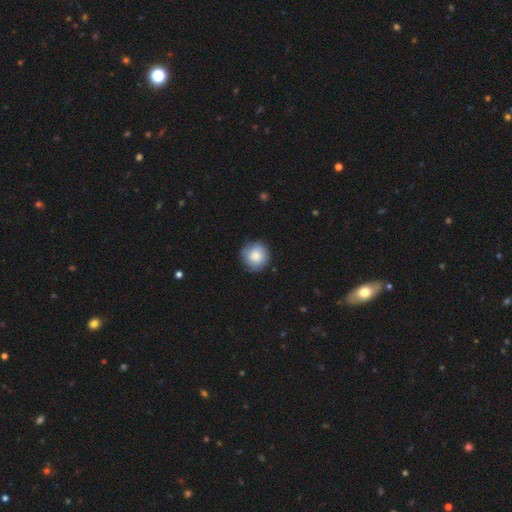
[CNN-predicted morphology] Smooth or featured? Predicted: smooth (p=0.80). How rounded? Predicted: round (p=0.93). Merging? Predicted: none (p=0.83).